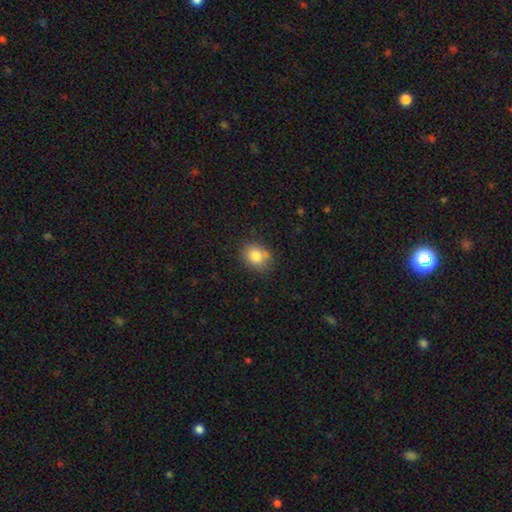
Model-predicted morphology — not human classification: Smooth or featured?
  - smooth: 81% *
  - star or artifact: 10%
  - featured or disk: 9%
How rounded?
  - round: 60% *
  - in between: 40%
  - cigar-shaped: 1%
Merging?
  - none: 75% *
  - minor disturbance: 16%
  - merger: 4%
  - major disturbance: 4%